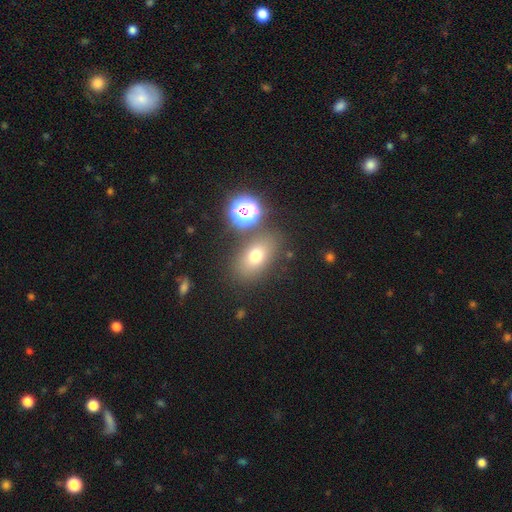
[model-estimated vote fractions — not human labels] Smooth or featured: smooth — 70% (star or artifact — 17%)
How rounded: in between — 76% (round — 22%)
Merging: none — 77% (minor disturbance — 11%)